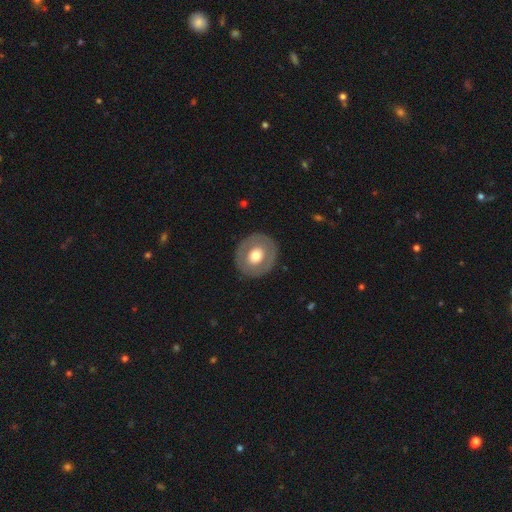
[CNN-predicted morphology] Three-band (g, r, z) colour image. It shows a smooth galaxy with no disk features (53%) that is round (78%). Merging: none (87%).